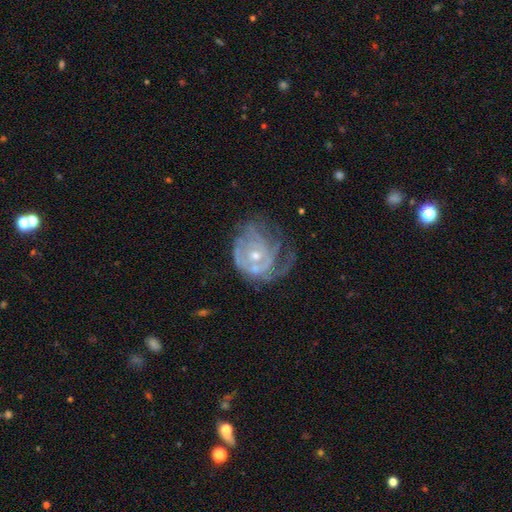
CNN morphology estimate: Smooth or featured? featured or disk (79%)
Edge-on disk? no (98%)
Bar? no (80%)
Spiral arms? yes (78%)
Spiral winding? tight (61%)
Spiral arm count? can't tell (47%)
Bulge size? small (55%)
Merging? none (40%)